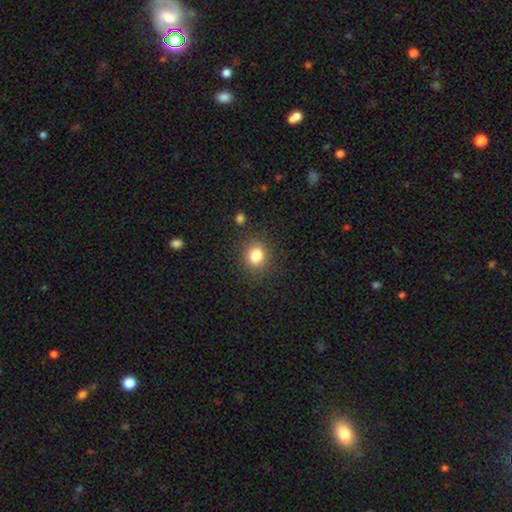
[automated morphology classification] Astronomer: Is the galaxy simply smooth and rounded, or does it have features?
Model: smooth — 81%.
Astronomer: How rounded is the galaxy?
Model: round — 77%.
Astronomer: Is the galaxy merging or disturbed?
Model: none — 87%.